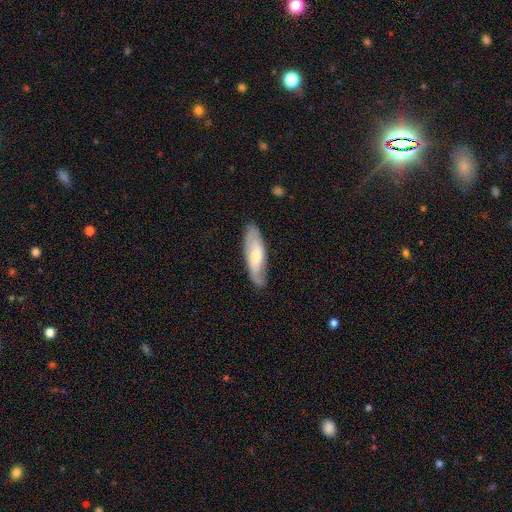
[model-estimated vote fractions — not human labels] This is possibly a featured or disk galaxy (48%). Merging: clearly none (80%).